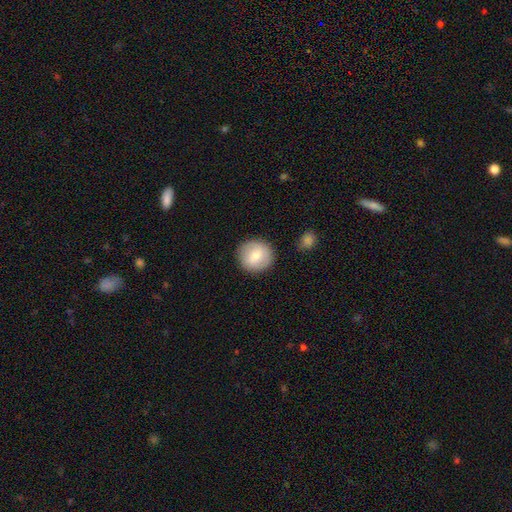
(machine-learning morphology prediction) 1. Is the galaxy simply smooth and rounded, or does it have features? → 70% smooth, 23% featured or disk, 7% star or artifact.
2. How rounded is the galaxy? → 92% round, 7% in between, 1% cigar-shaped.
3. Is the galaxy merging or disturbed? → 88% none, 8% minor disturbance, 2% major disturbance, 2% merger.